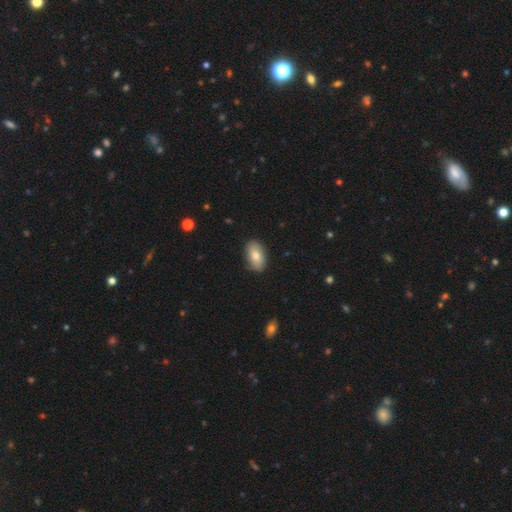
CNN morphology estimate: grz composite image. It shows a smooth galaxy with no disk features (76%) that is in between round and cigar-shaped (92%). Merging: none (86%).